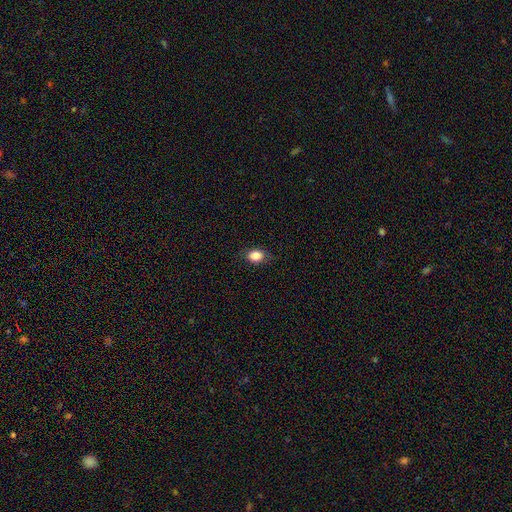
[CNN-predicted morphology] Smooth or featured? Predicted: smooth (p=0.85). How rounded? Predicted: in between (p=0.58). Merging? Predicted: none (p=0.80).